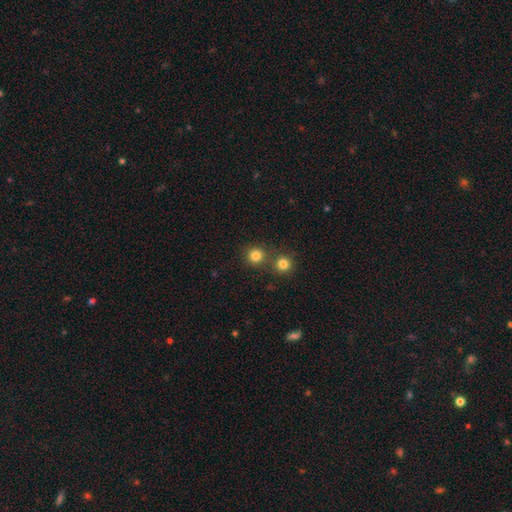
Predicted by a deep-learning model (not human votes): This is clearly a smooth galaxy (81%). How rounded: clearly round (93%). Merging: likely none (75%).